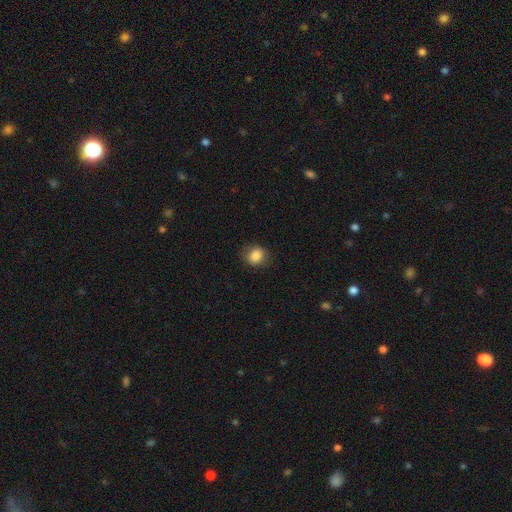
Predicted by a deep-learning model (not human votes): A smooth galaxy with no disk features (85%) that is round (62%). Merging: none (80%).